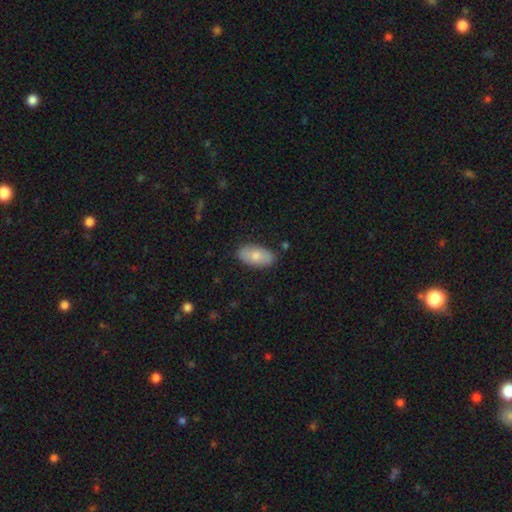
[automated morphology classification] Smooth or featured?
  - smooth: 76% *
  - featured or disk: 18%
  - star or artifact: 6%
How rounded?
  - in between: 94% *
  - round: 3%
  - cigar-shaped: 3%
Merging?
  - none: 84% *
  - minor disturbance: 12%
  - major disturbance: 2%
  - merger: 2%